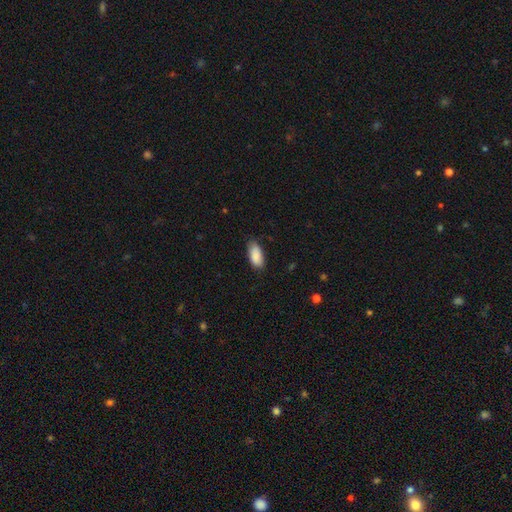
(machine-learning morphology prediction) A smooth galaxy with no disk features (89%) that is in between round and cigar-shaped (90%). Merging: none (79%).